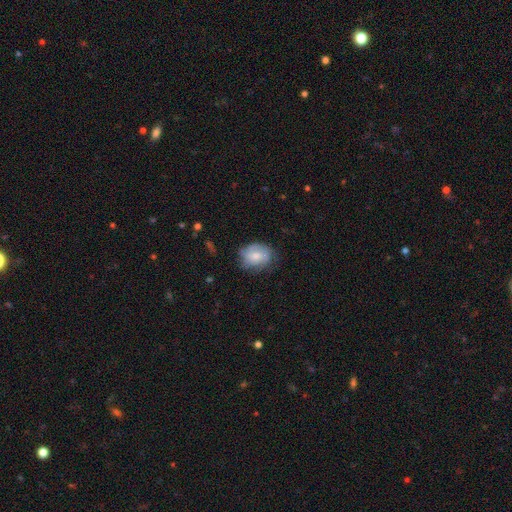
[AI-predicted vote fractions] Smooth or featured?
  - smooth: 55% *
  - featured or disk: 37%
  - star or artifact: 8%
How rounded?
  - in between: 60% *
  - round: 39%
  - cigar-shaped: 1%
Merging?
  - none: 61% *
  - minor disturbance: 27%
  - major disturbance: 10%
  - merger: 1%